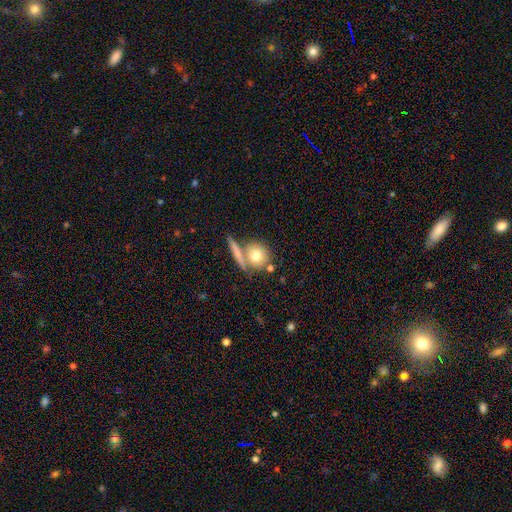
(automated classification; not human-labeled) smooth_or_featured: smooth (p=0.74) [alt: featured or disk p=0.18]
how_rounded: round (p=0.83) [alt: in between p=0.13]
merging: none (p=0.58) [alt: merger p=0.26]